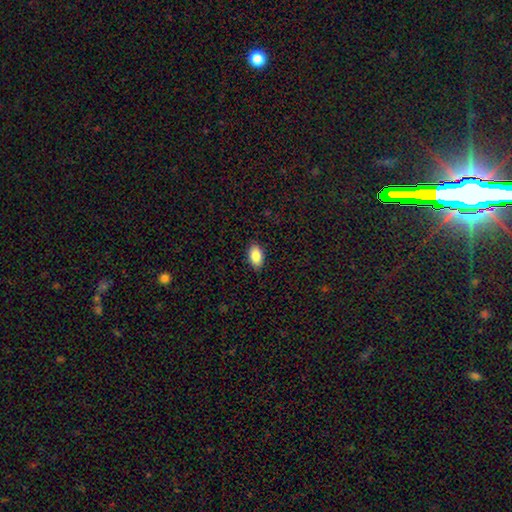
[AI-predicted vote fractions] smooth-or-featured: smooth: 87% | star or artifact: 7% | featured or disk: 6%
  how-rounded: in between: 93% | round: 5% | cigar-shaped: 2%
  merging: none: 89% | minor disturbance: 9% | major disturbance: 2% | merger: 1%